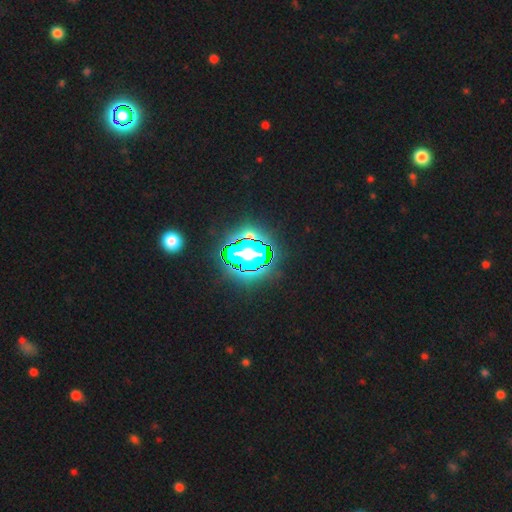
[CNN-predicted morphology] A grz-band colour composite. It shows a star or artifact, not a galaxy (67%).